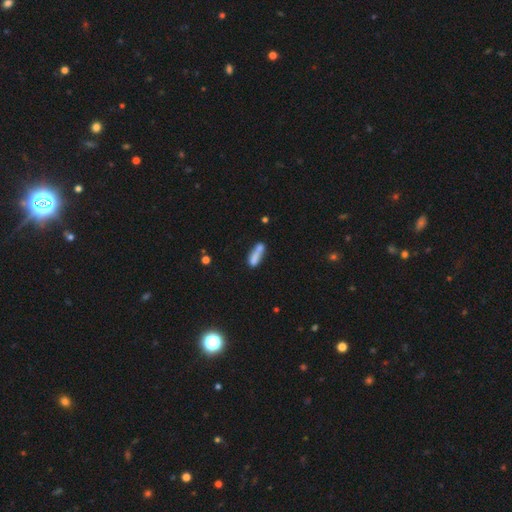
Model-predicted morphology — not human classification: smooth_or_featured: smooth (p=0.73) [alt: featured or disk p=0.18]
how_rounded: cigar-shaped (p=0.63) [alt: in between p=0.34]
merging: none (p=0.41) [alt: merger p=0.30]